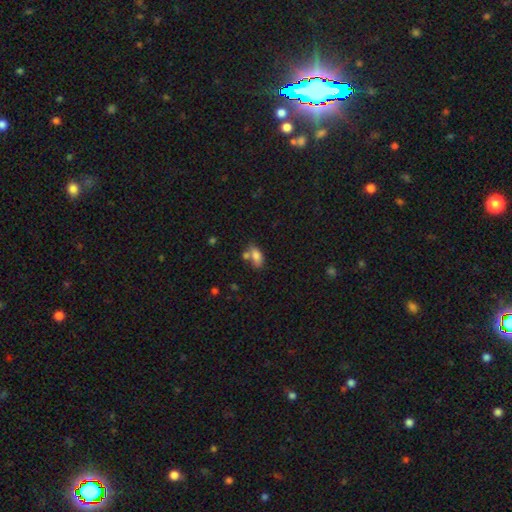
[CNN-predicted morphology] Smooth or featured?
  - smooth: 79% *
  - featured or disk: 12%
  - star or artifact: 9%
How rounded?
  - in between: 86% *
  - cigar-shaped: 9%
  - round: 5%
Merging?
  - none: 47% *
  - merger: 31%
  - minor disturbance: 16%
  - major disturbance: 6%